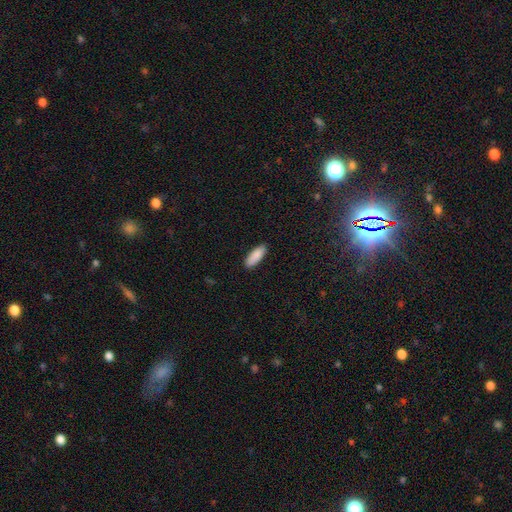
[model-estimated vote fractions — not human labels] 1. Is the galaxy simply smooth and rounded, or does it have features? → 89% smooth, 6% star or artifact, 5% featured or disk.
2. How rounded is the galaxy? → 69% in between, 30% cigar-shaped, 2% round.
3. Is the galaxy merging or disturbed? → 89% none, 8% minor disturbance, 2% major disturbance, 1% merger.